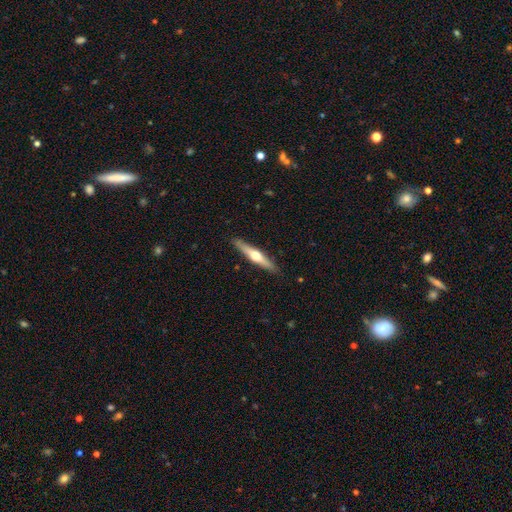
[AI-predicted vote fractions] This is likely a featured or disk galaxy (61%). It is clearly viewed edge-on (96%). Edge-on bulge: clearly rounded (92%). Merging: clearly none (90%).